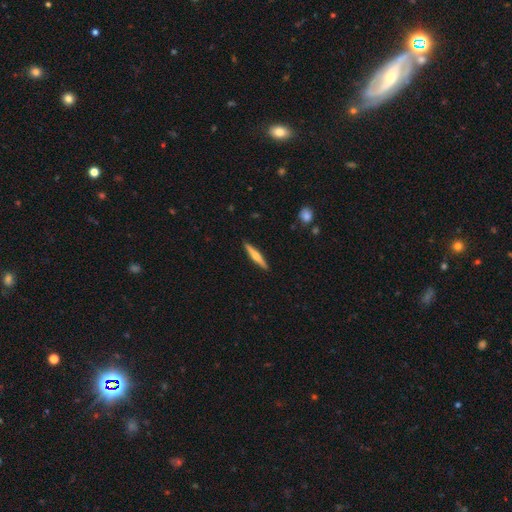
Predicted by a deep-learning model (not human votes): featured or disk 60%, smooth 34%, star or artifact 5%. Down the decision tree: edge-on disk — yes (97%); edge-on bulge — rounded (89%); merging — none (91%).